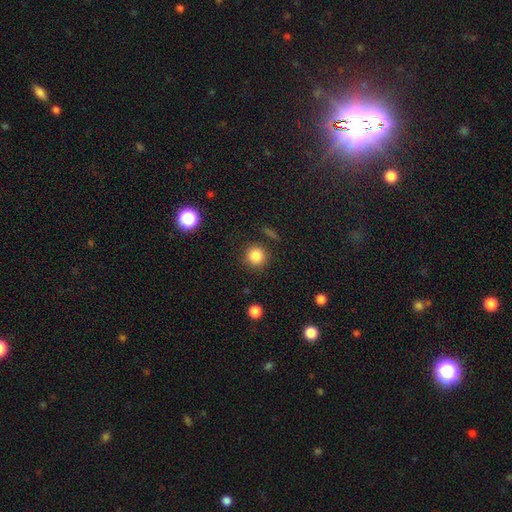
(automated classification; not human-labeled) smooth_or_featured: smooth (p=0.84) [alt: star or artifact p=0.11]
how_rounded: round (p=0.93) [alt: in between p=0.06]
merging: none (p=0.87) [alt: minor disturbance p=0.08]